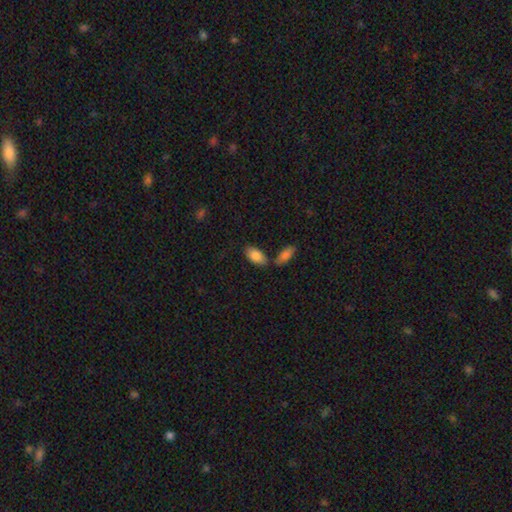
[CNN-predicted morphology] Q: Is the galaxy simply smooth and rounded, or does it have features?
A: smooth — 86%.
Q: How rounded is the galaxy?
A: in between — 93%.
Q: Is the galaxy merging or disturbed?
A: none — 62%.